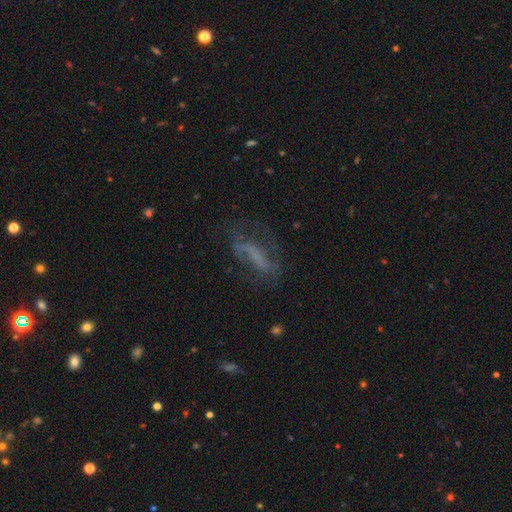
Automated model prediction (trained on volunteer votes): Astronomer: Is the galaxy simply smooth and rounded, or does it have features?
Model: featured or disk — 53% (runner-up: smooth, 31%).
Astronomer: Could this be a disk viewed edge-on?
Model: no — 84%.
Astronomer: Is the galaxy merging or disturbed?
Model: none — 51%.